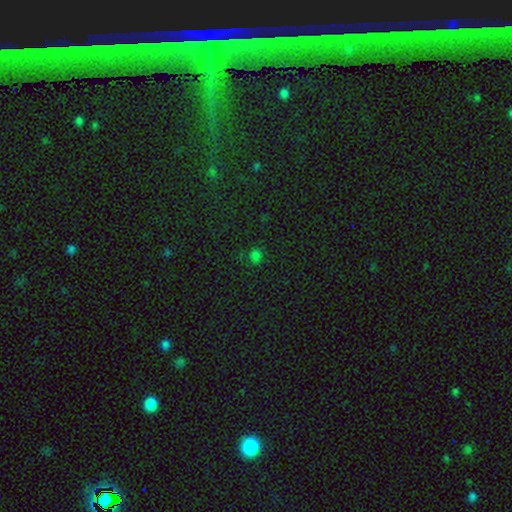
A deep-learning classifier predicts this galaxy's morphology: Smooth or featured: smooth — 68% (star or artifact — 28%)
How rounded: round — 71% (in between — 28%)
Merging: none — 80% (minor disturbance — 14%)